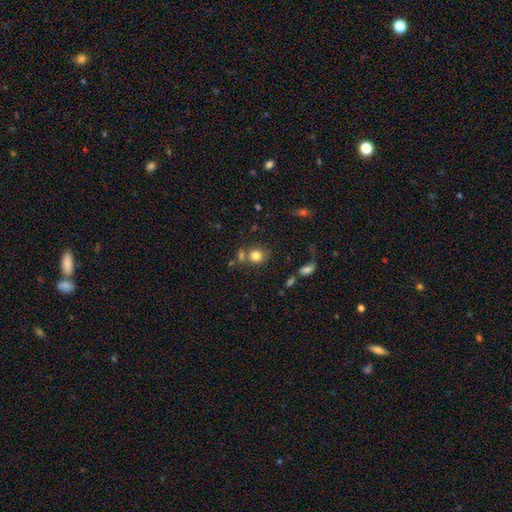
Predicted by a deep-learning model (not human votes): Q: Smooth or featured?
A: smooth (80%); runner-up: star or artifact (12%)
Q: How rounded?
A: round (81%); runner-up: in between (18%)
Q: Merging?
A: none (60%); runner-up: merger (23%)